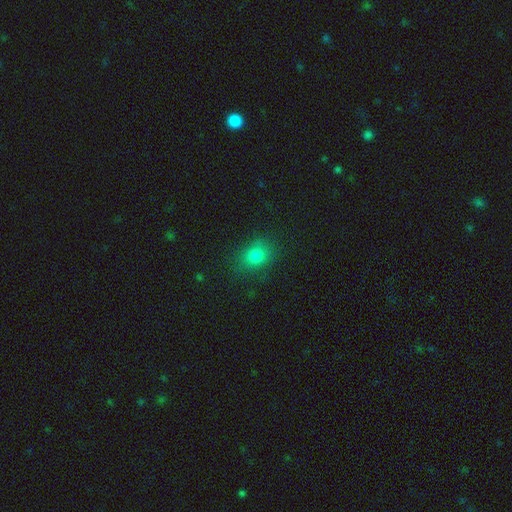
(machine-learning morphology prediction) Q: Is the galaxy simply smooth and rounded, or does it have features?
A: smooth — 79%.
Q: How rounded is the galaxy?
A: round — 54%.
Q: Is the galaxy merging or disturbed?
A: none — 79%.